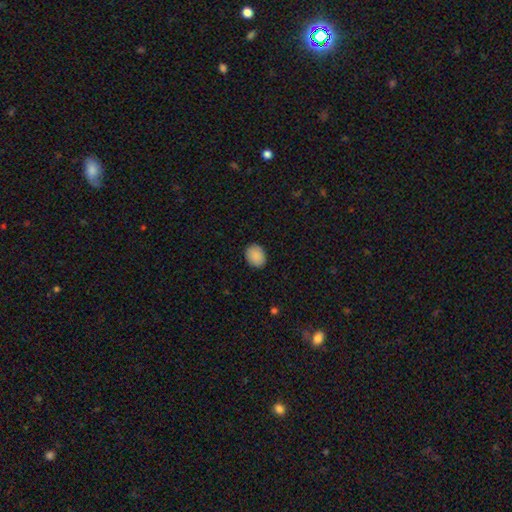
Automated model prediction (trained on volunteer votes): Overall: smooth (89%). How rounded: in between (51%; round 48%). Merging: none (89%).